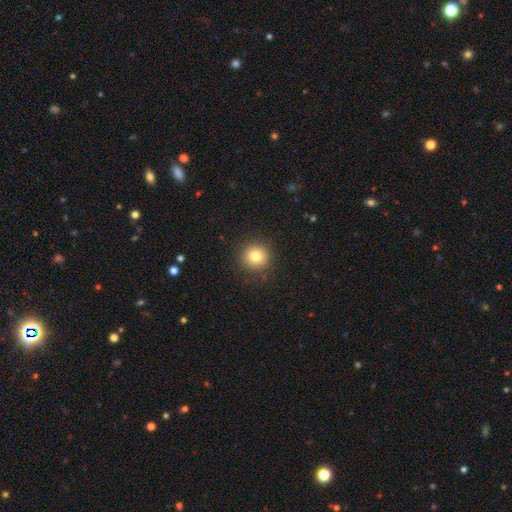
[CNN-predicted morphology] Overall: smooth (81%). How rounded: round (94%). Merging: none (90%).